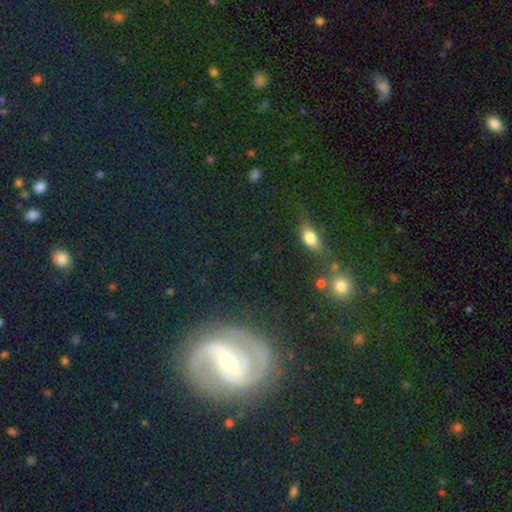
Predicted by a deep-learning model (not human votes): star or artifact 39%, featured or disk 36%, smooth 25%.